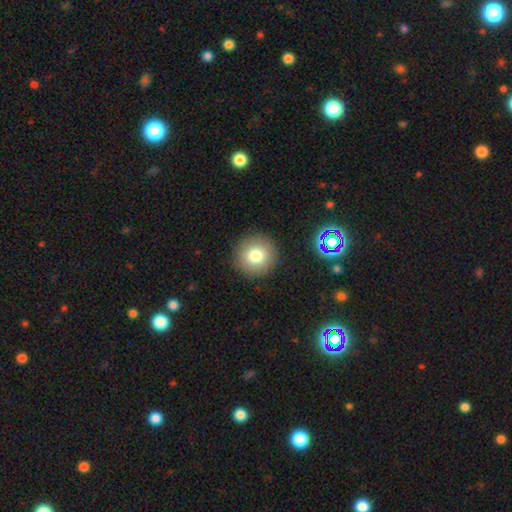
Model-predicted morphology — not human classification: smooth 78%, star or artifact 11%, featured or disk 11%. Down the decision tree: how rounded — round (96%); merging — none (91%).